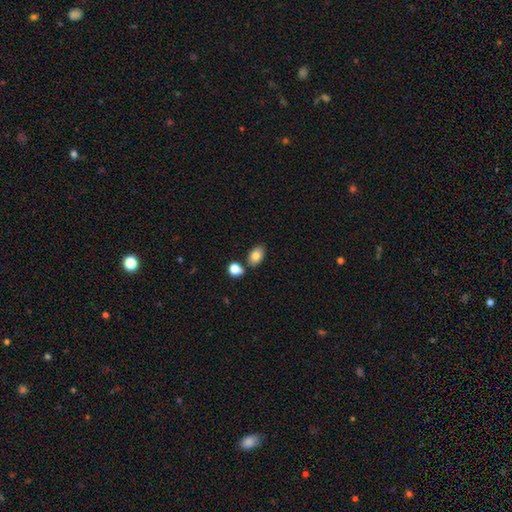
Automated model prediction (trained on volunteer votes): A smooth galaxy with no disk features (82%) that is in between round and cigar-shaped (86%). Merging: none (73%).